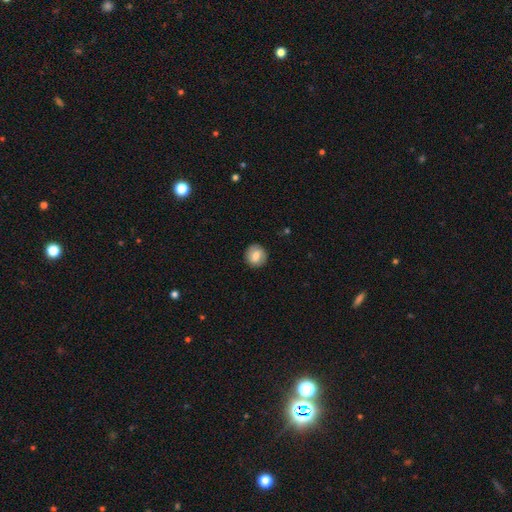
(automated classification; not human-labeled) Smooth or featured? Predicted: smooth (p=0.72). How rounded? Predicted: round (p=0.89). Merging? Predicted: none (p=0.88).